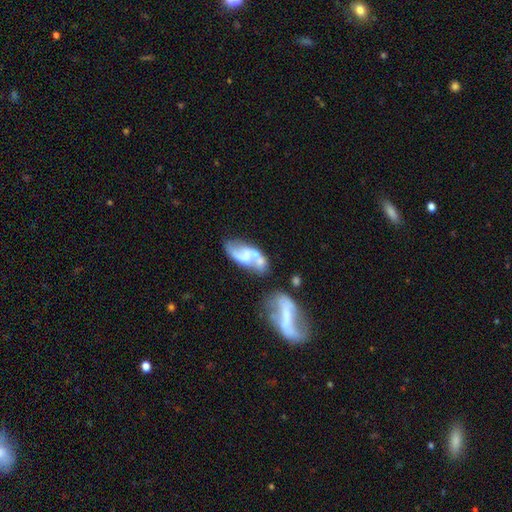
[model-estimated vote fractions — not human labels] Q: Smooth or featured?
A: featured or disk (70%); runner-up: smooth (23%)
Q: Edge-on disk?
A: no (94%); runner-up: yes (6%)
Q: Bar?
A: no (45%); runner-up: weak (38%)
Q: Spiral arms?
A: yes (78%); runner-up: no (22%)
Q: Spiral winding?
A: loose (59%); runner-up: medium (32%)
Q: Spiral arm count?
A: 2 (83%); runner-up: can't tell (9%)
Q: Bulge size?
A: none (37%); runner-up: small (30%)
Q: Merging?
A: none (34%); runner-up: merger (33%)